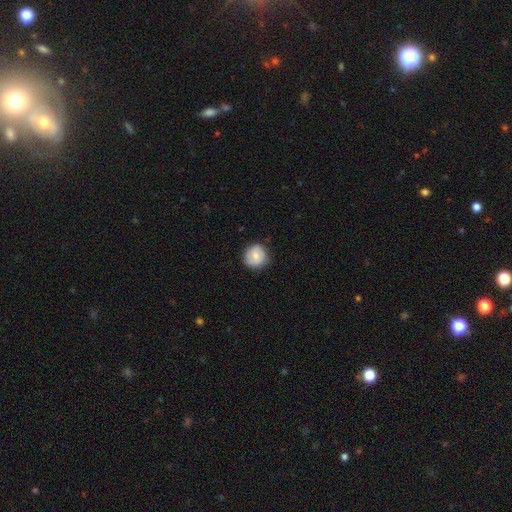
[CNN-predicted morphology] Smooth or featured? smooth (71%)
How rounded? round (91%)
Merging? none (82%)